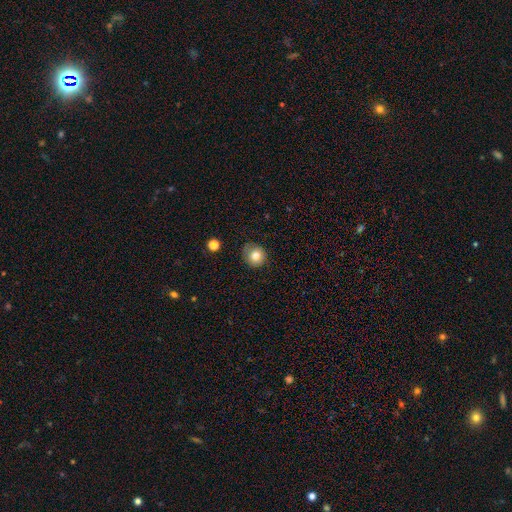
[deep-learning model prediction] Smooth or featured? Predicted: smooth (p=0.79). How rounded? Predicted: round (p=0.89). Merging? Predicted: none (p=0.77).